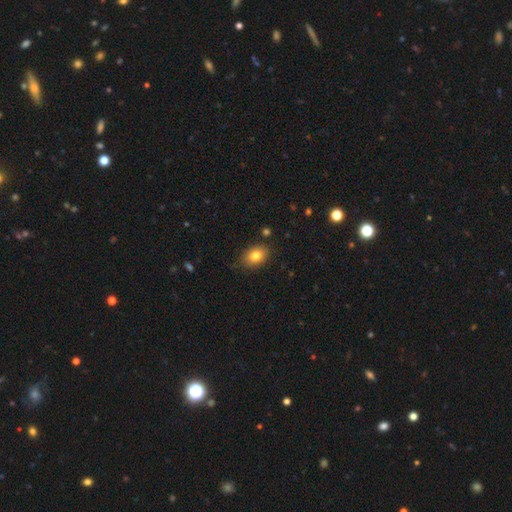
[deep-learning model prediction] Overall: smooth (81%). How rounded: in between (76%). Merging: none (80%).